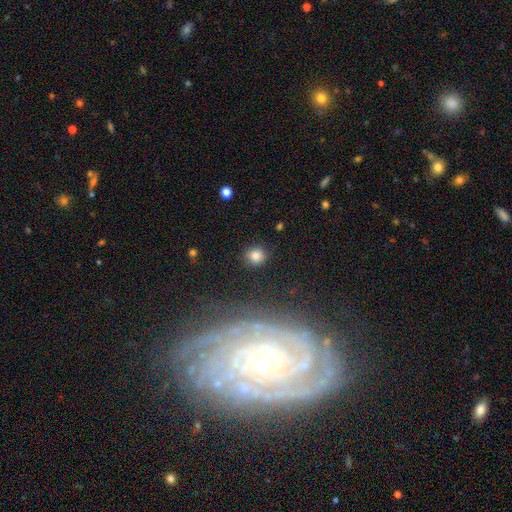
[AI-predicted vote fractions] smooth-or-featured: smooth: 81% | star or artifact: 12% | featured or disk: 7%
  how-rounded: round: 88% | in between: 11% | cigar-shaped: 1%
  merging: none: 86% | minor disturbance: 9% | major disturbance: 3% | merger: 2%